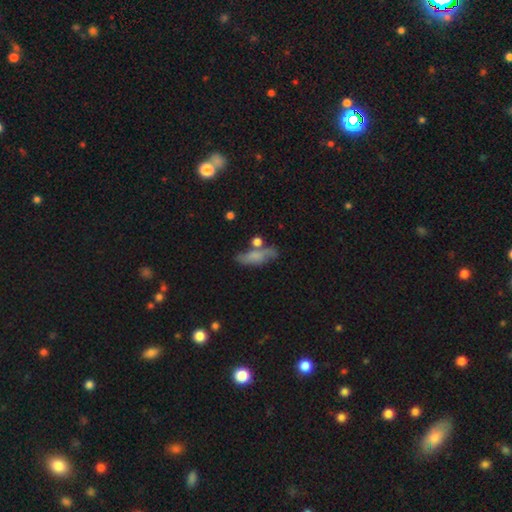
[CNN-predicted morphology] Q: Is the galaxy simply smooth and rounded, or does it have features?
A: smooth — 64%.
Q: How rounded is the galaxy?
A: in between — 53%.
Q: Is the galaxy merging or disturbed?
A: none — 55%.